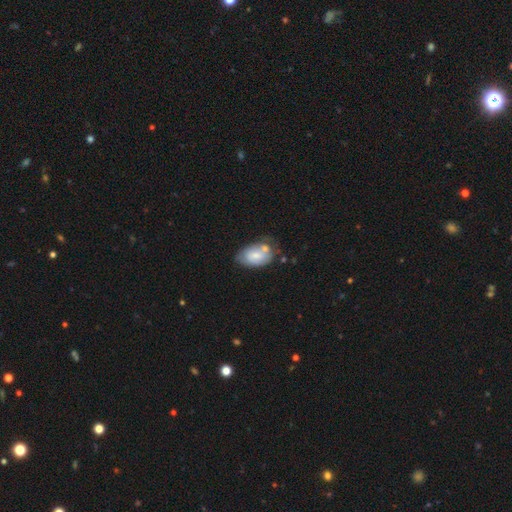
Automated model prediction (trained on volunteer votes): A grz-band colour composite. It shows a smooth galaxy with no disk features (62%) that is in between round and cigar-shaped (89%). Merging: none (41%).